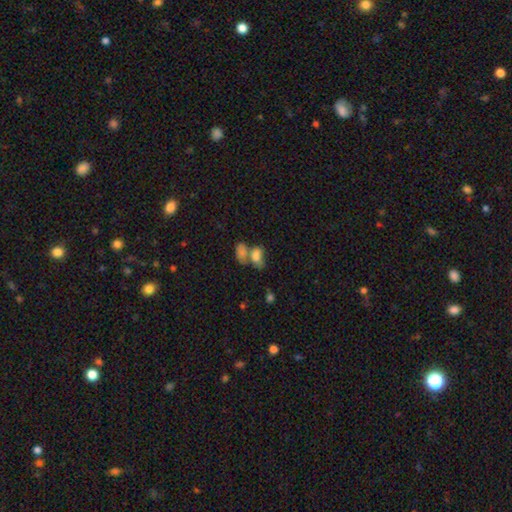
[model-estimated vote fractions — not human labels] Smooth or featured?
  - smooth: 75% *
  - featured or disk: 14%
  - star or artifact: 11%
How rounded?
  - in between: 84% *
  - round: 13%
  - cigar-shaped: 3%
Merging?
  - merger: 59% *
  - none: 24%
  - minor disturbance: 10%
  - major disturbance: 7%